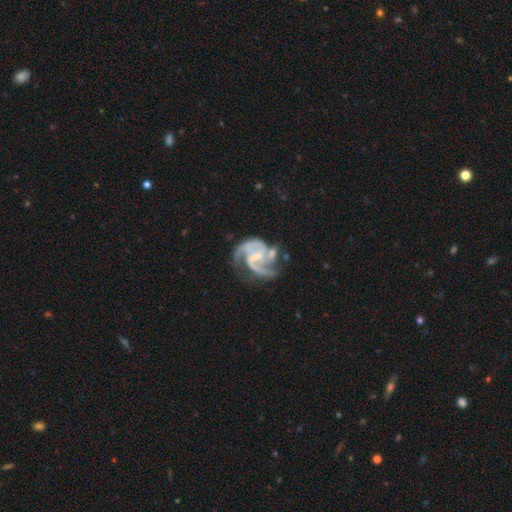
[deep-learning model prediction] Q: Smooth or featured?
A: featured or disk (91%); runner-up: star or artifact (5%)
Q: Edge-on disk?
A: no (98%); runner-up: yes (2%)
Q: Bar?
A: weak (47%); runner-up: no (32%)
Q: Spiral arms?
A: yes (97%); runner-up: no (3%)
Q: Spiral winding?
A: medium (57%); runner-up: tight (24%)
Q: Spiral arm count?
A: 2 (51%); runner-up: 3 (31%)
Q: Bulge size?
A: small (47%); runner-up: none (31%)
Q: Merging?
A: none (47%); runner-up: major disturbance (22%)